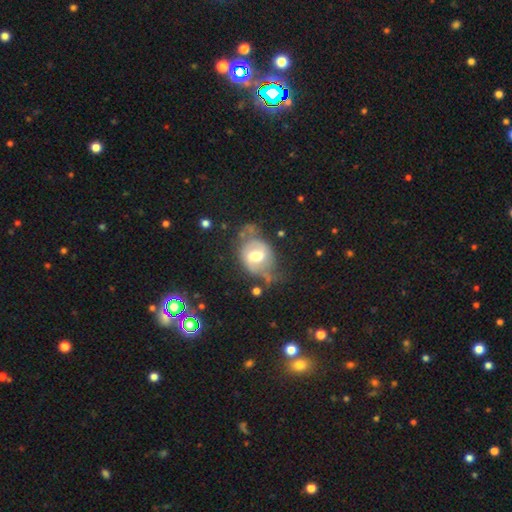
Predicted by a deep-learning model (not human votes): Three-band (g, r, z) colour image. It shows a featured or disk galaxy (58%) with a weak bar (48%), spiral arms (57%) and a moderate central bulge (62%). Merging: none (45%).